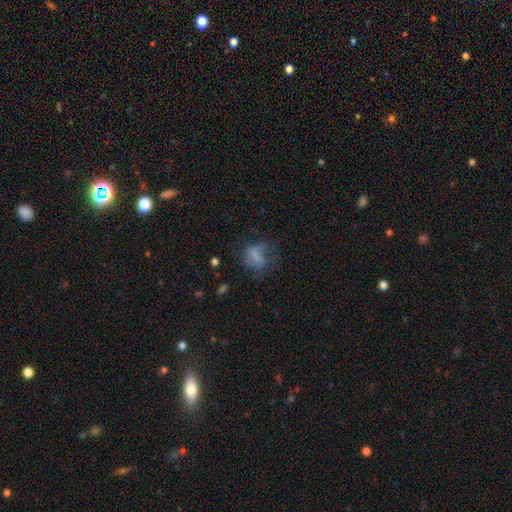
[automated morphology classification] smooth-or-featured: smooth: 51% | featured or disk: 36% | star or artifact: 13%
  how-rounded: in between: 57% | round: 39% | cigar-shaped: 5%
  merging: none: 39% | major disturbance: 35% | minor disturbance: 23% | merger: 3%